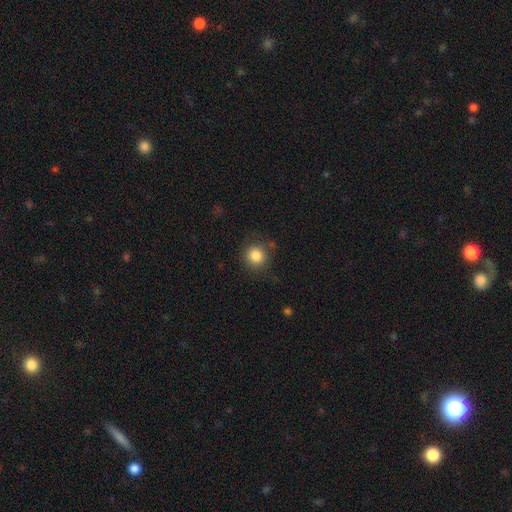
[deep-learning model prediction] smooth-or-featured: smooth: 84% | star or artifact: 10% | featured or disk: 5%
  how-rounded: round: 91% | in between: 8% | cigar-shaped: 1%
  merging: none: 84% | minor disturbance: 10% | major disturbance: 4% | merger: 2%